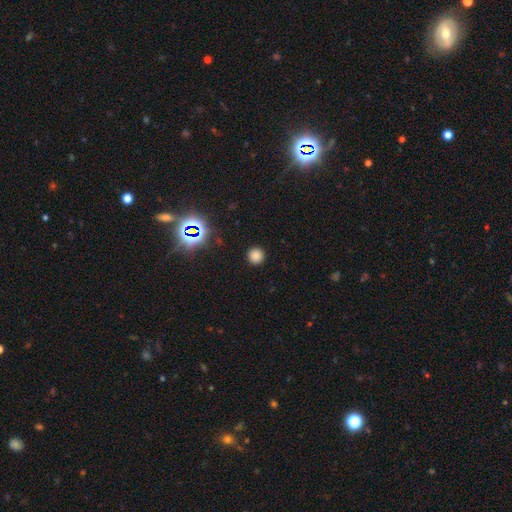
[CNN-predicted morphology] Q: Smooth or featured?
A: smooth (78%); runner-up: star or artifact (18%)
Q: How rounded?
A: round (95%); runner-up: in between (4%)
Q: Merging?
A: none (91%); runner-up: minor disturbance (5%)